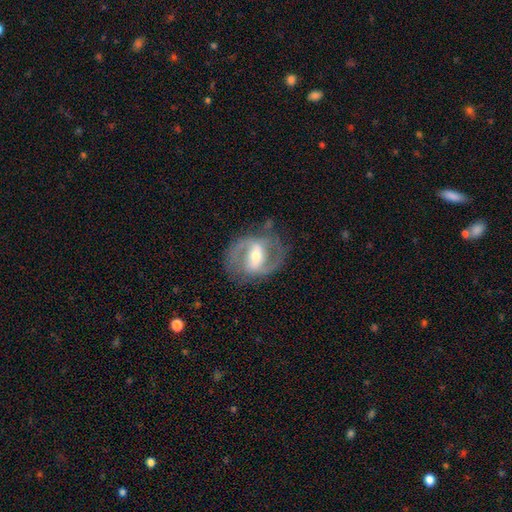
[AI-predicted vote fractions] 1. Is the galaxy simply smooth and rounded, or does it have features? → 85% featured or disk, 9% smooth, 5% star or artifact.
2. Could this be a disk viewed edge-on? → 96% no, 4% yes.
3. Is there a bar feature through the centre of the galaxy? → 50% strong, 37% weak, 13% no.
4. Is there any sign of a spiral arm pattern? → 91% yes, 9% no.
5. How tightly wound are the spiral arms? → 55% medium, 26% tight, 19% loose.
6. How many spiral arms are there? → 88% 2, 6% can't tell, 2% 1, 2% 3, 1% 4, 1% more than 4.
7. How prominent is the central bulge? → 60% moderate, 33% small, 6% large, 1% none, 1% dominant.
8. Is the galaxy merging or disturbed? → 76% none, 15% minor disturbance, 8% major disturbance, 2% merger.